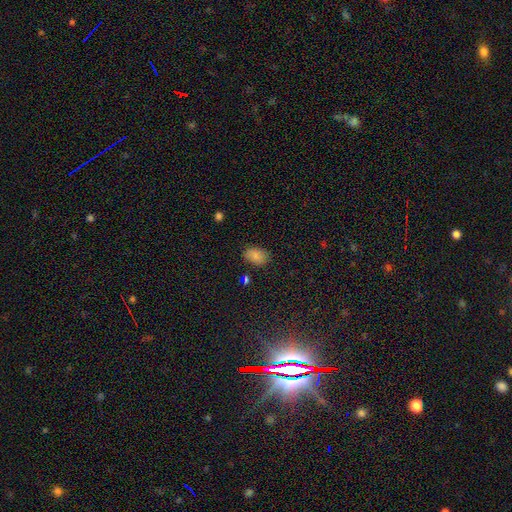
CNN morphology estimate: This is clearly a smooth galaxy (82%). How rounded: clearly in between (85%). Merging: clearly none (81%).